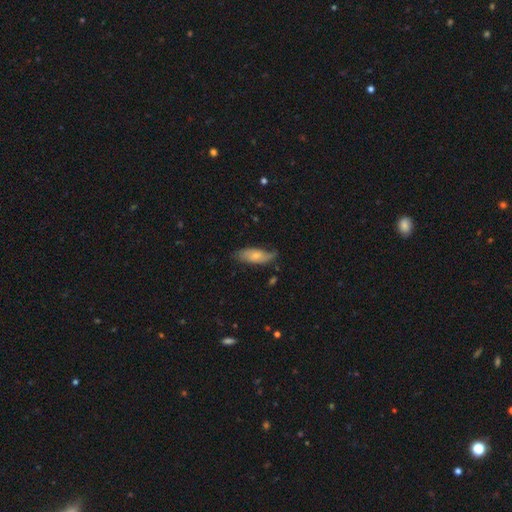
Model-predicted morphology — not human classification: Q: Smooth or featured?
A: smooth (52%); runner-up: featured or disk (42%)
Q: How rounded?
A: in between (79%); runner-up: cigar-shaped (19%)
Q: Merging?
A: none (58%); runner-up: minor disturbance (30%)